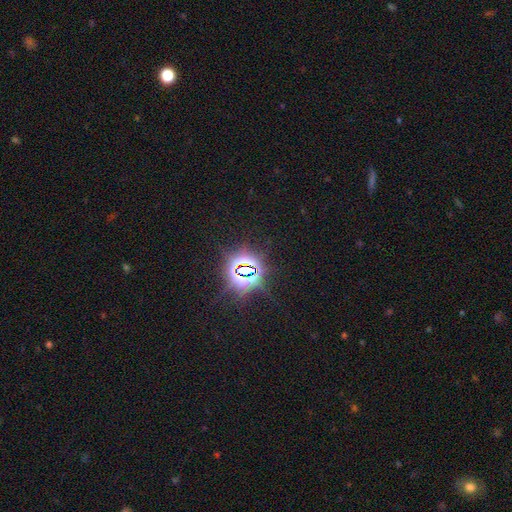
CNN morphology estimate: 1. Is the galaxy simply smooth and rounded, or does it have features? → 83% star or artifact, 10% smooth, 6% featured or disk.